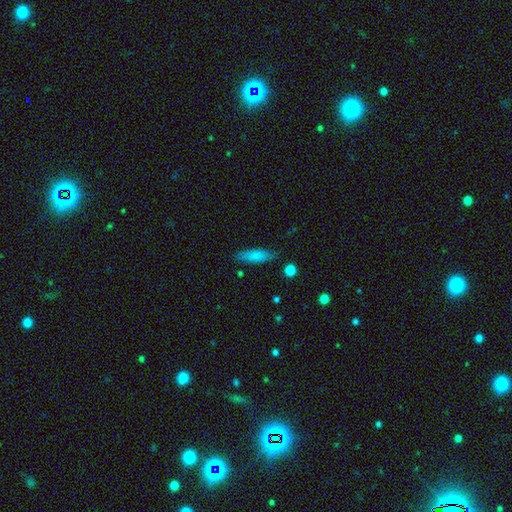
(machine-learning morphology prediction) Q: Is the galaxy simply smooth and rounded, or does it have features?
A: smooth — 81%.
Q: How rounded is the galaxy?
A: cigar-shaped — 56%.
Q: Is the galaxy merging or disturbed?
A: none — 82%.